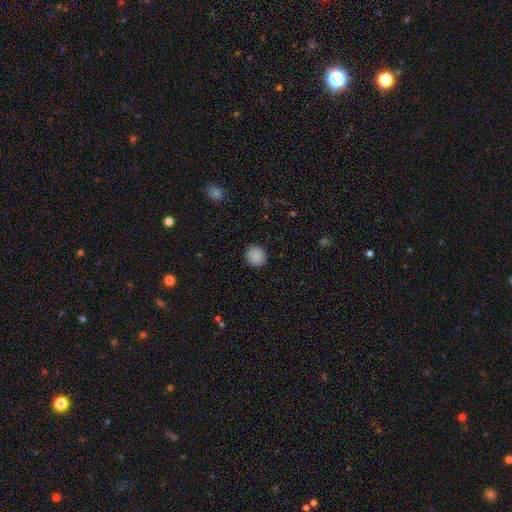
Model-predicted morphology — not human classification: This is clearly a smooth galaxy (87%). How rounded: clearly round (90%). Merging: clearly none (90%).